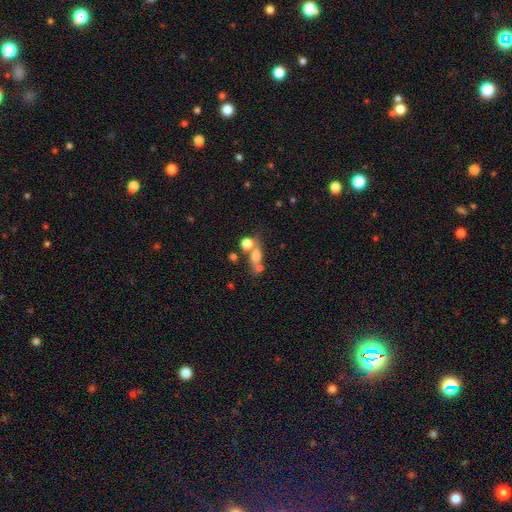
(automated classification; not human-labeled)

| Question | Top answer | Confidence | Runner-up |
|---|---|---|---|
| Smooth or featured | smooth | 64% | featured or disk (18%) |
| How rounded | in between | 59% | round (29%) |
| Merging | merger | 39% | tied: none (39%) |